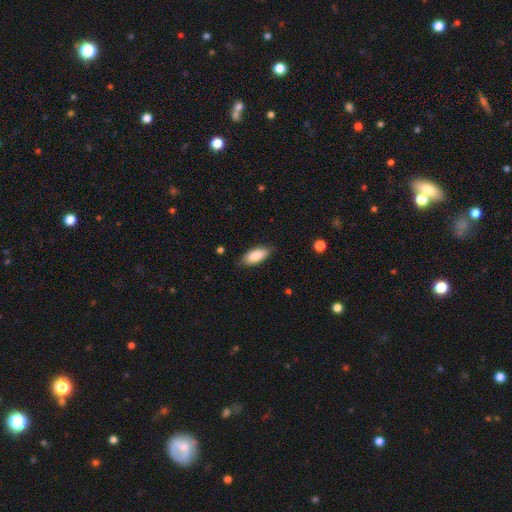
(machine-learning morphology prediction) smooth 88%, featured or disk 6%, star or artifact 6%. Down the decision tree: how rounded — in between (86%); merging — none (82%).